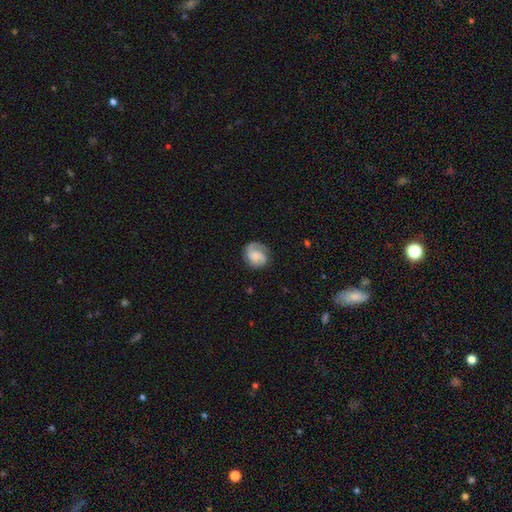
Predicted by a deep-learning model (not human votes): Smooth or featured?
  - featured or disk: 67% *
  - smooth: 26%
  - star or artifact: 7%
Edge-on disk?
  - no: 98% *
  - yes: 2%
Bar?
  - no: 57% *
  - weak: 36%
  - strong: 7%
Spiral arms?
  - yes: 95% *
  - no: 5%
Spiral winding?
  - medium: 45% *
  - tight: 36%
  - loose: 19%
Spiral arm count?
  - 2: 74% *
  - 1: 11%
  - can't tell: 7%
  - 3: 5%
  - 4: 1%
  - more than 4: 1%
Bulge size?
  - small: 31% *
  - none: 28%
  - moderate: 28%
  - large: 11%
  - dominant: 2%
Merging?
  - none: 75% *
  - minor disturbance: 17%
  - major disturbance: 7%
  - merger: 1%